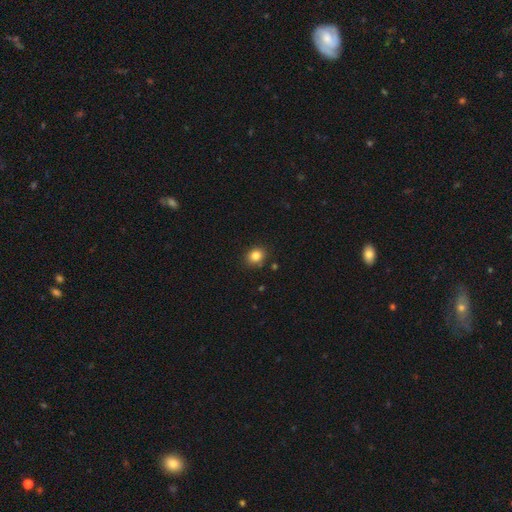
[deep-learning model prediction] Smooth or featured? smooth (83%)
How rounded? round (67%)
Merging? none (86%)